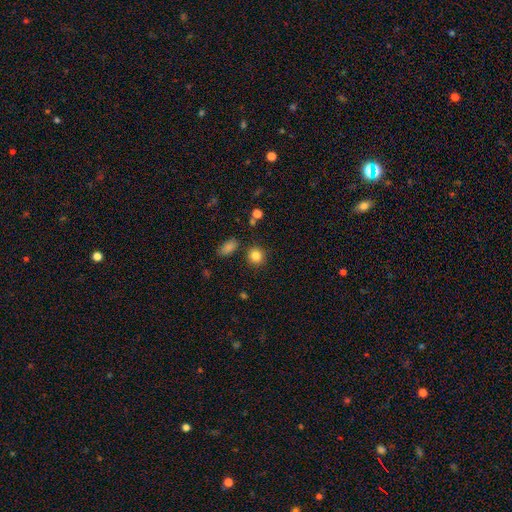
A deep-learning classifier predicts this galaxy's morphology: Smooth or featured? smooth (84%)
How rounded? round (87%)
Merging? none (86%)